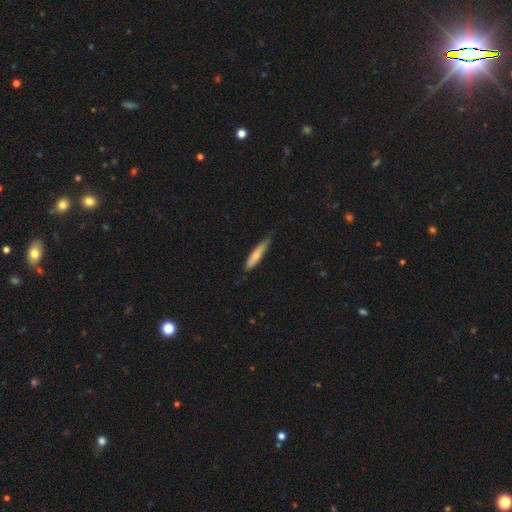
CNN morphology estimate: A smooth galaxy with no disk features (73%) that is cigar-shaped (87%). Merging: none (72%).